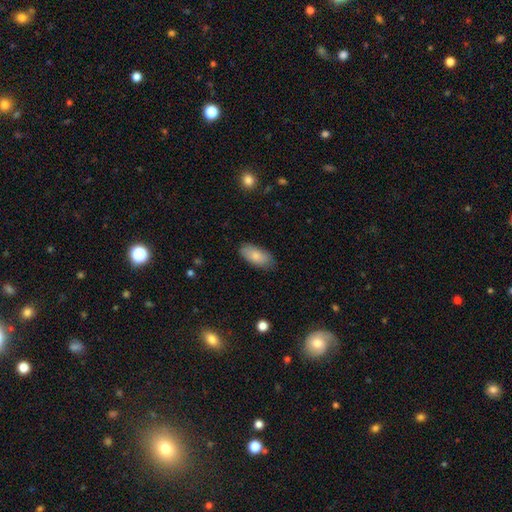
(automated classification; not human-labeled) Overall: smooth (83%). How rounded: in between (89%). Merging: none (81%).